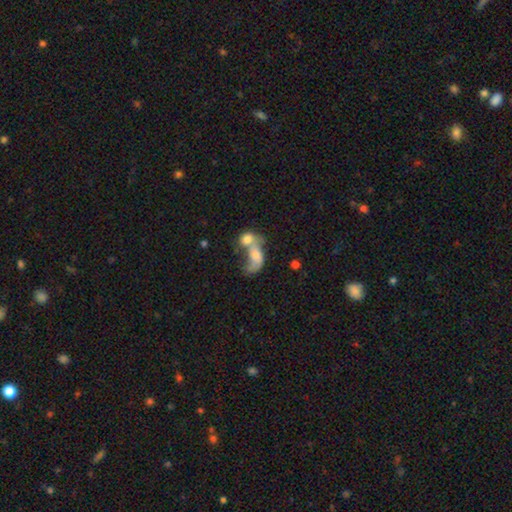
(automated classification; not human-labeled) smooth 55%, featured or disk 36%, star or artifact 9%. Down the decision tree: how rounded — in between (79%); merging — merger (72%).